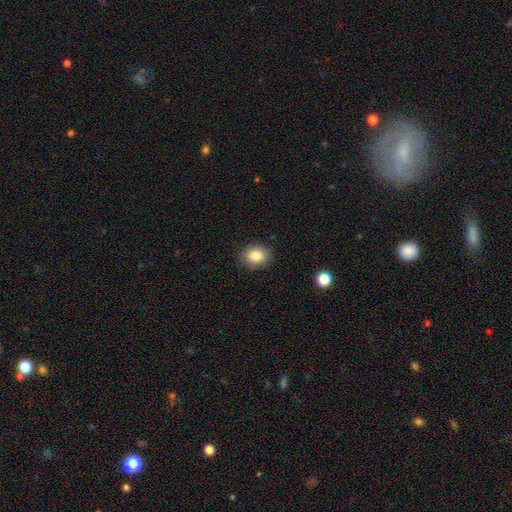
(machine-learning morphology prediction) Q: Smooth or featured?
A: smooth (85%); runner-up: star or artifact (9%)
Q: How rounded?
A: in between (54%); runner-up: round (45%)
Q: Merging?
A: none (87%); runner-up: minor disturbance (9%)